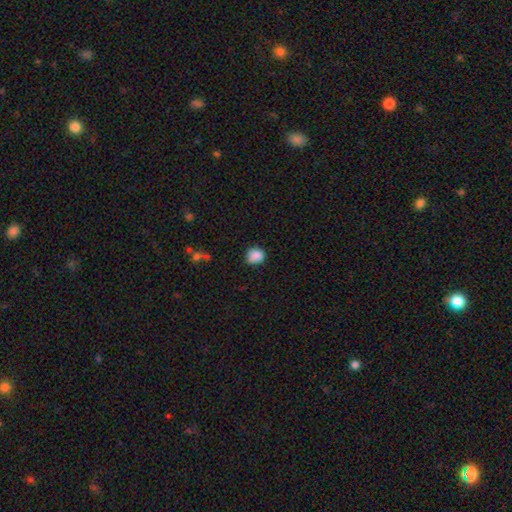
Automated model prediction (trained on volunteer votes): Q: Smooth or featured?
A: smooth (86%); runner-up: star or artifact (9%)
Q: How rounded?
A: round (82%); runner-up: in between (17%)
Q: Merging?
A: none (70%); runner-up: minor disturbance (24%)